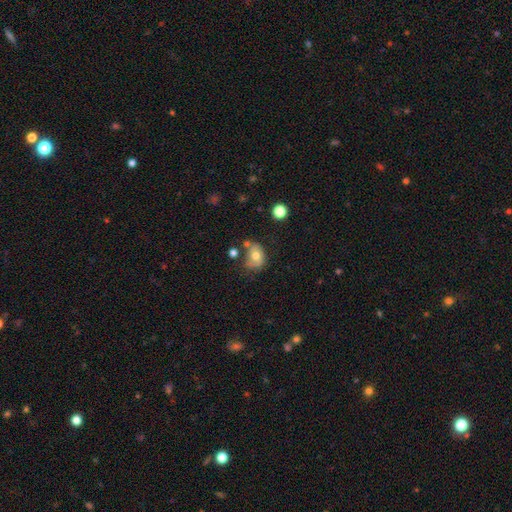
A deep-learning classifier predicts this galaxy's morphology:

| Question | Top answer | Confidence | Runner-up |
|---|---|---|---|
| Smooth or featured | smooth | 63% | featured or disk (27%) |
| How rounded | in between | 52% | round (47%) |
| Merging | none | 45% | minor disturbance (30%) |